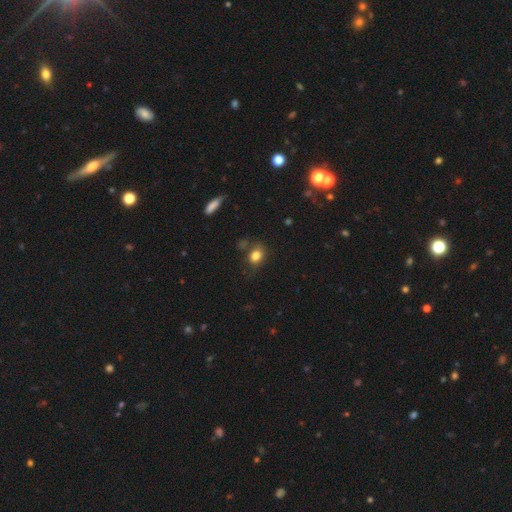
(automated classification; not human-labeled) This is clearly a smooth galaxy (81%). How rounded: possibly in between (58%). Merging: likely none (64%).